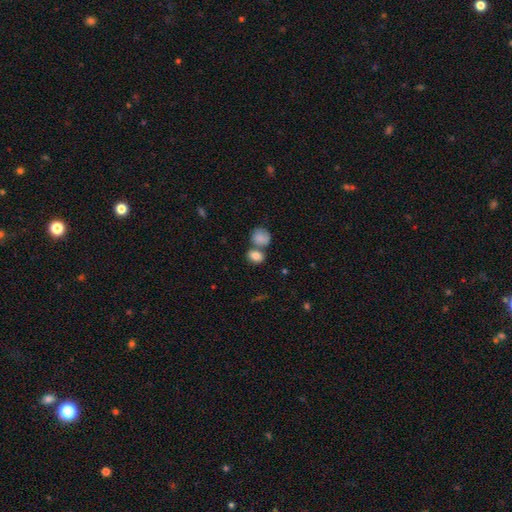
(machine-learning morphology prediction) Q: Smooth or featured?
A: smooth (84%); runner-up: star or artifact (9%)
Q: How rounded?
A: in between (62%); runner-up: round (36%)
Q: Merging?
A: none (48%); runner-up: merger (36%)